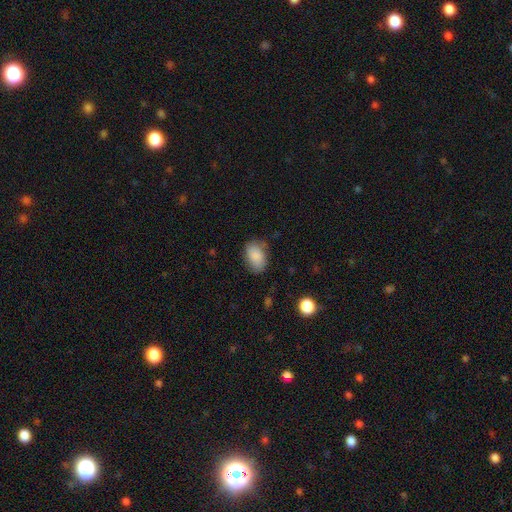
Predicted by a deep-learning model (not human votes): This is clearly a smooth galaxy (86%). How rounded: clearly in between (87%). Merging: likely none (72%).